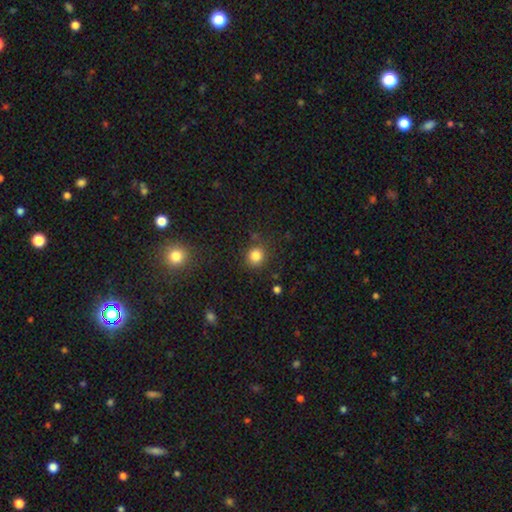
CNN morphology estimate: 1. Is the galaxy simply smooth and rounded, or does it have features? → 83% smooth, 13% star or artifact, 5% featured or disk.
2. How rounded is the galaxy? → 86% round, 13% in between, 1% cigar-shaped.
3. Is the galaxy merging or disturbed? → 83% none, 10% minor disturbance, 4% major disturbance, 3% merger.